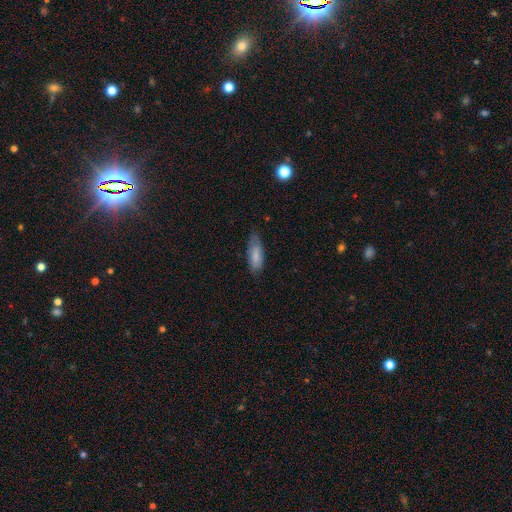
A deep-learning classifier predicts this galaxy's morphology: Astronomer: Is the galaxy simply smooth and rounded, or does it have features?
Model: smooth — 78%.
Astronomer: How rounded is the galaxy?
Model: in between — 65%.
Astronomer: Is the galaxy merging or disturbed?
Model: none — 67%.